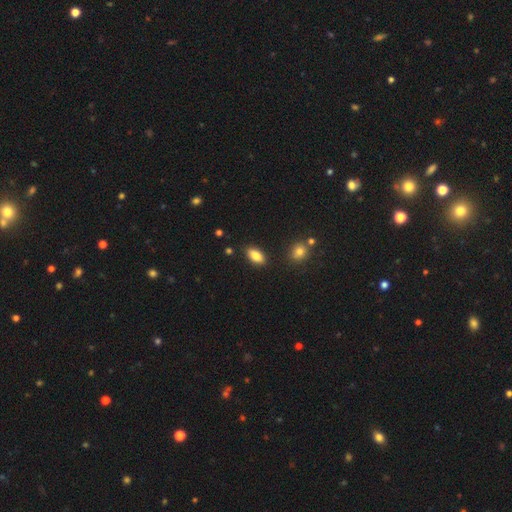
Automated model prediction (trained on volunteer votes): Smooth or featured? Predicted: smooth (p=0.84). How rounded? Predicted: in between (p=0.89). Merging? Predicted: none (p=0.86).